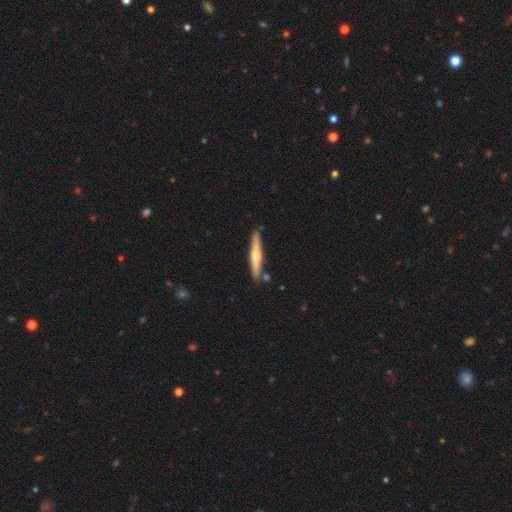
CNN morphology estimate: Q: Smooth or featured?
A: featured or disk (51%); runner-up: smooth (44%)
Q: Edge-on disk?
A: yes (95%); runner-up: no (5%)
Q: Merging?
A: none (84%); runner-up: minor disturbance (10%)